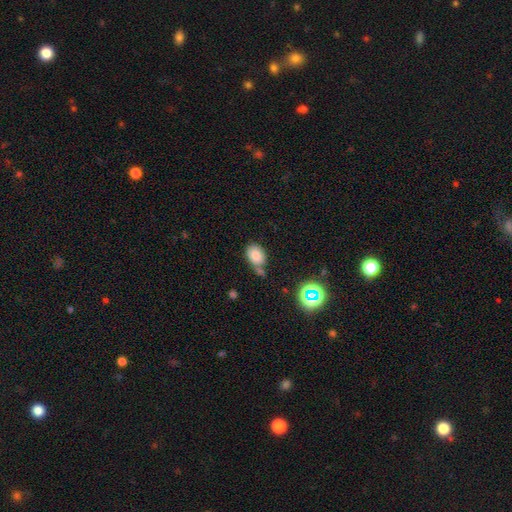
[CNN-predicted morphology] This is likely a smooth galaxy (79%). How rounded: likely in between (71%). Merging: possibly none (55%).